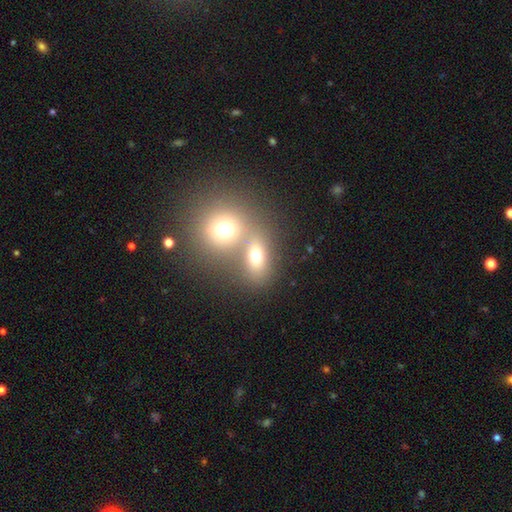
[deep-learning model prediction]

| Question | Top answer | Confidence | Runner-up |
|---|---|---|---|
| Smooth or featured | smooth | 68% | featured or disk (17%) |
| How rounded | round | 49% | in between (48%) |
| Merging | merger | 55% | none (34%) |